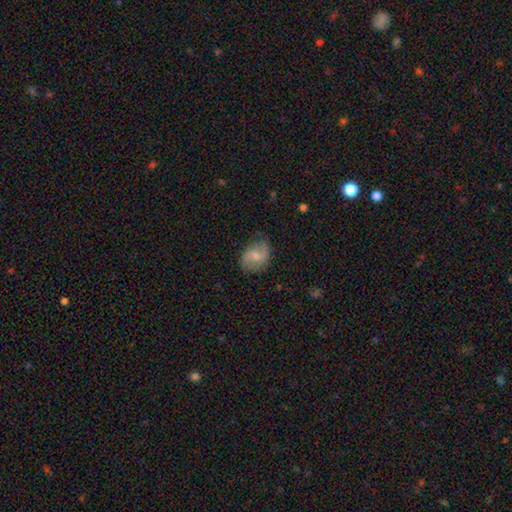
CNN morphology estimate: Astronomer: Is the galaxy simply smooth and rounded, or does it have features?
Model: featured or disk — 55% (runner-up: smooth, 38%).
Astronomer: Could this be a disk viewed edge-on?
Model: no — 97%.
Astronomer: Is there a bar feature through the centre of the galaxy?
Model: weak — 51% (runner-up: no, 36%).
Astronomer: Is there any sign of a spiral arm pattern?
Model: yes — 87%.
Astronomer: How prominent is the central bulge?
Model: small — 44% (runner-up: moderate, 39%).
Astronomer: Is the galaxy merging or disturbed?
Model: none — 74%.